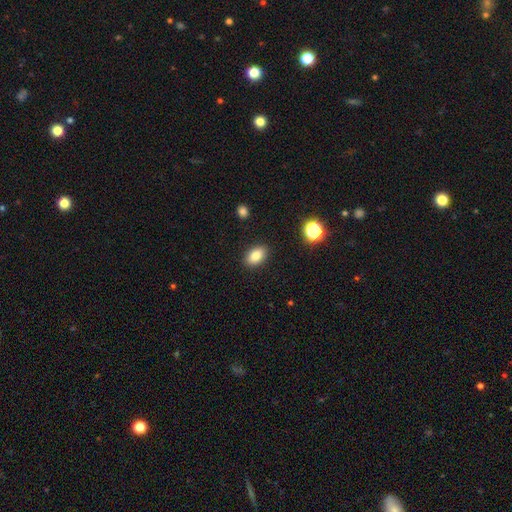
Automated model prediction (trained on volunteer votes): smooth_or_featured: smooth (p=0.82) [alt: star or artifact p=0.10]
how_rounded: in between (p=0.87) [alt: round p=0.10]
merging: none (p=0.88) [alt: minor disturbance p=0.08]